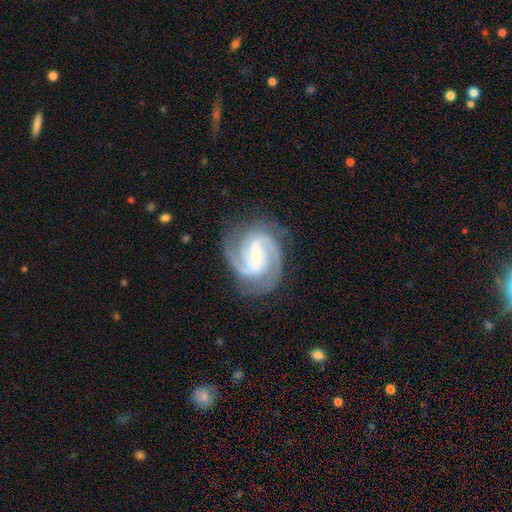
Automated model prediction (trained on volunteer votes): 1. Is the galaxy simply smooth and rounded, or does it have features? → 92% featured or disk, 4% star or artifact, 4% smooth.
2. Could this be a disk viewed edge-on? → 98% no, 2% yes.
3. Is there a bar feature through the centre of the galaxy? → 47% strong, 41% weak, 11% no.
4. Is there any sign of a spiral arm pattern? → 98% yes, 2% no.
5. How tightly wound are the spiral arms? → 47% medium, 44% tight, 9% loose.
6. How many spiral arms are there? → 52% 2, 31% 3, 6% can't tell, 4% 4, 3% 1, 3% more than 4.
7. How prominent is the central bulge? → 63% small, 24% moderate, 9% none, 3% large, 1% dominant.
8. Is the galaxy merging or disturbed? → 79% none, 14% minor disturbance, 6% major disturbance, 1% merger.